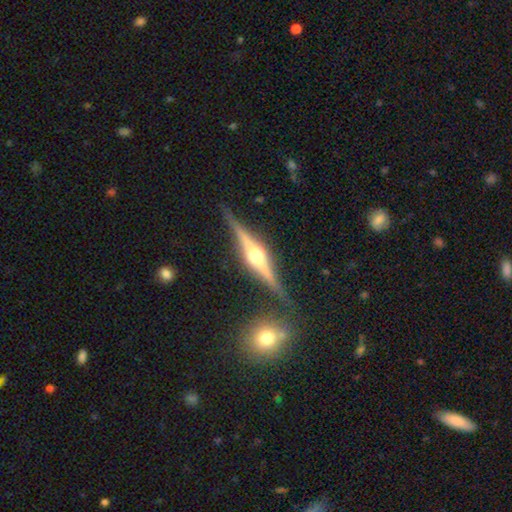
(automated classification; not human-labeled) featured or disk 87%, smooth 8%, star or artifact 5%. Down the decision tree: edge-on disk — yes (98%); edge-on bulge — rounded (93%); merging — none (87%).